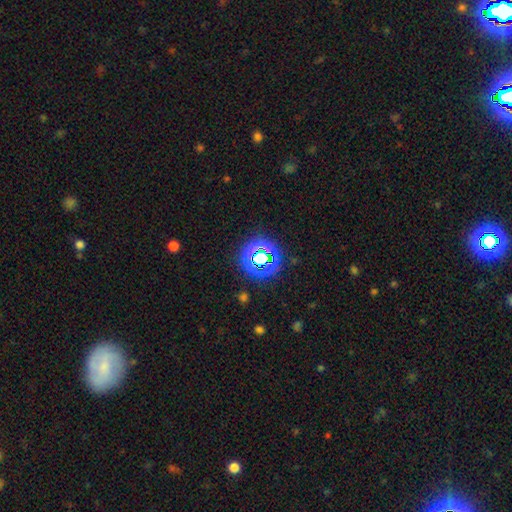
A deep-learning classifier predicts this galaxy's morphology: smooth_or_featured: star or artifact (p=0.68) [alt: smooth p=0.22]